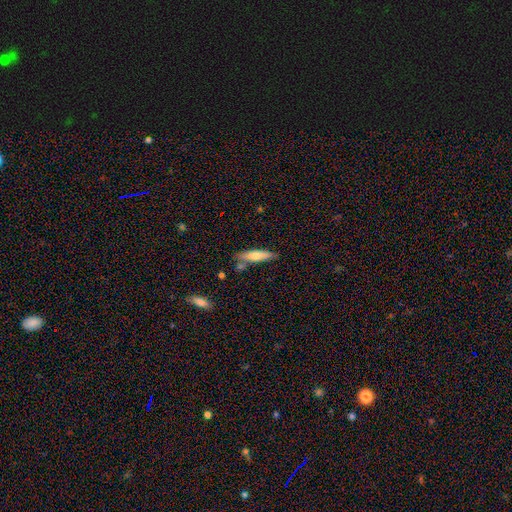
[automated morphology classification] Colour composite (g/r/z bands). It shows a smooth galaxy with no disk features (61%) that is cigar-shaped (73%). Merging: none (71%).